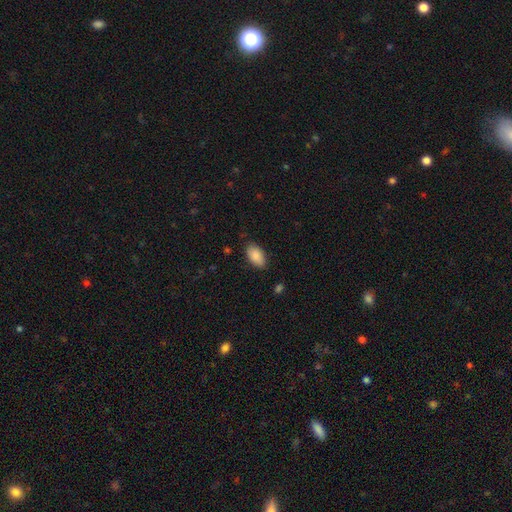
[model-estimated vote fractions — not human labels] smooth 87%, star or artifact 7%, featured or disk 6%. Down the decision tree: how rounded — in between (94%); merging — none (82%).